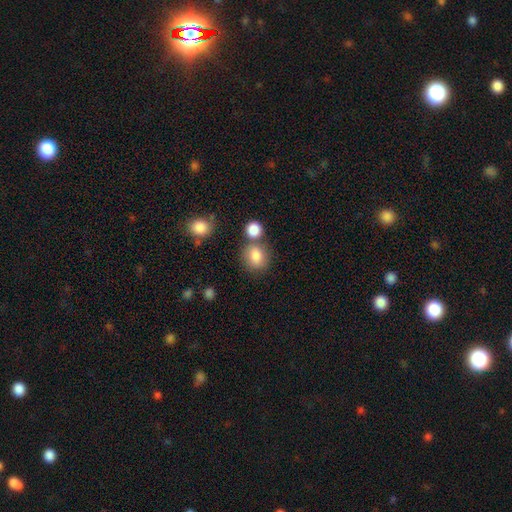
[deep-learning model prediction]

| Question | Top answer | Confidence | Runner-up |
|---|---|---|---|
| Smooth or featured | smooth | 85% | star or artifact (9%) |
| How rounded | round | 66% | in between (33%) |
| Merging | none | 60% | merger (22%) |